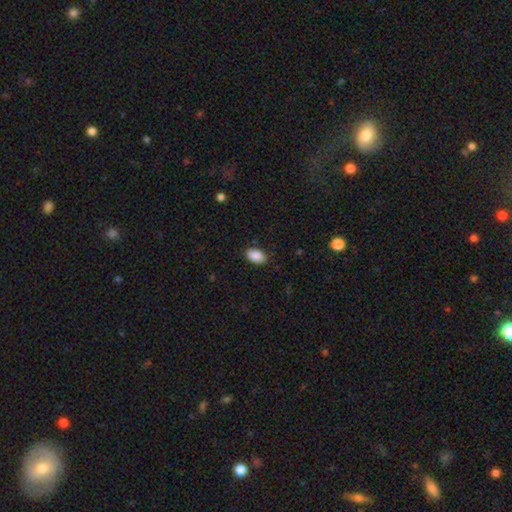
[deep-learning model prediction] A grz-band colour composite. It shows a smooth galaxy with no disk features (89%) that is in between round and cigar-shaped (92%). Merging: none (86%).